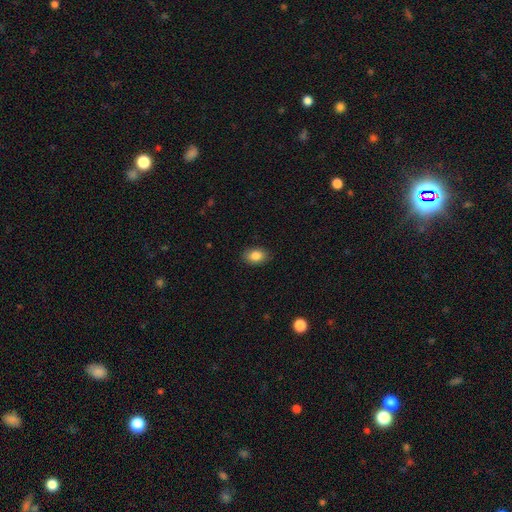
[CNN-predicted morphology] smooth_or_featured: smooth (p=0.85) [alt: star or artifact p=0.08]
how_rounded: in between (p=0.82) [alt: round p=0.17]
merging: none (p=0.88) [alt: minor disturbance p=0.09]